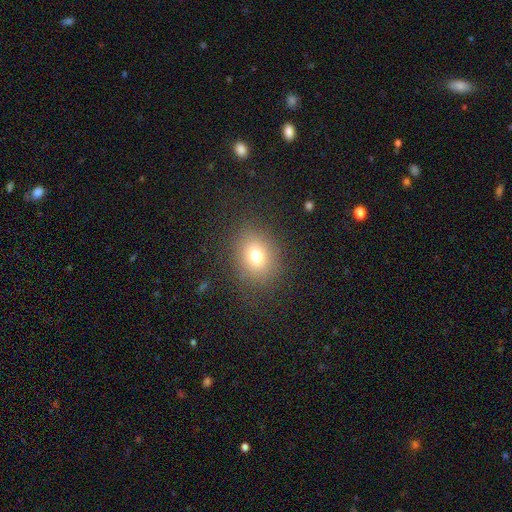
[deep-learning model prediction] Smooth or featured?
  - smooth: 74% *
  - star or artifact: 15%
  - featured or disk: 11%
How rounded?
  - round: 61% *
  - in between: 38%
  - cigar-shaped: 1%
Merging?
  - none: 84% *
  - minor disturbance: 10%
  - major disturbance: 5%
  - merger: 1%